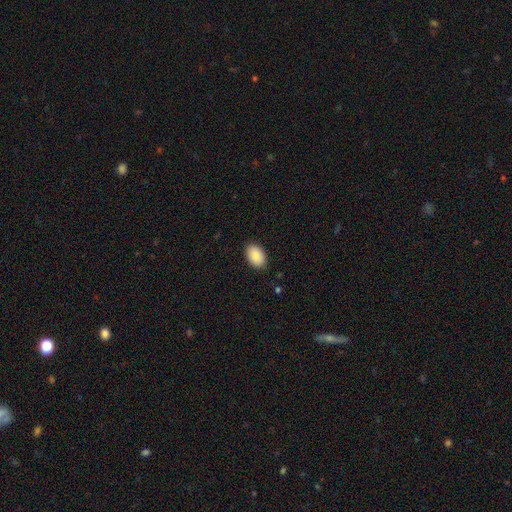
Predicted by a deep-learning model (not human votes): Smooth or featured? Predicted: smooth (p=0.86). How rounded? Predicted: in between (p=0.89). Merging? Predicted: none (p=0.88).